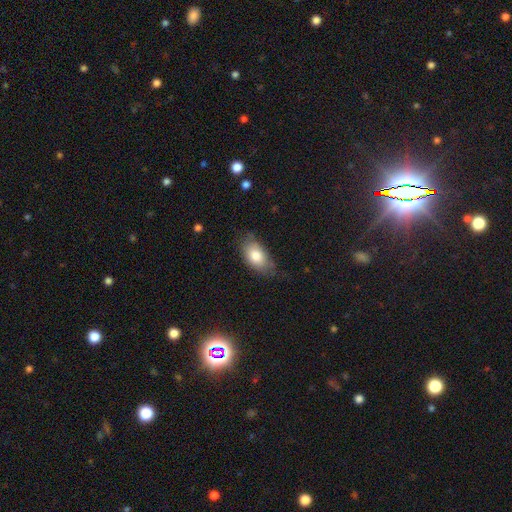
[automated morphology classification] Smooth or featured? smooth (79%)
How rounded? in between (90%)
Merging? none (66%)